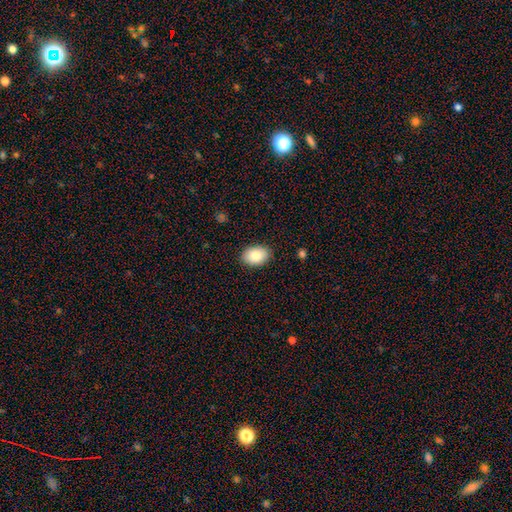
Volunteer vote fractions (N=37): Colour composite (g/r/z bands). It shows a smooth galaxy with no disk features (86%) that is in between round and cigar-shaped (88%). Merging: none (91%).